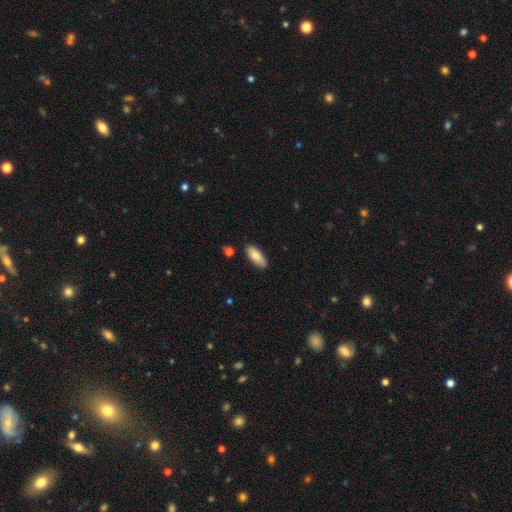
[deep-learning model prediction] A smooth galaxy with no disk features (85%) that is in between round and cigar-shaped (77%). Merging: none (86%).